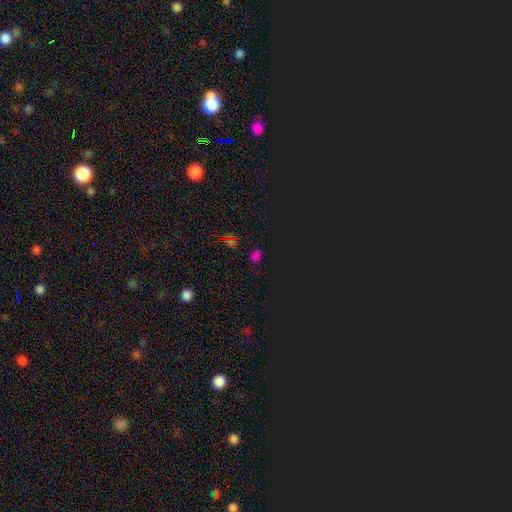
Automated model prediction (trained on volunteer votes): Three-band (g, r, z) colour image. It shows a star or artifact, not a galaxy (54%).